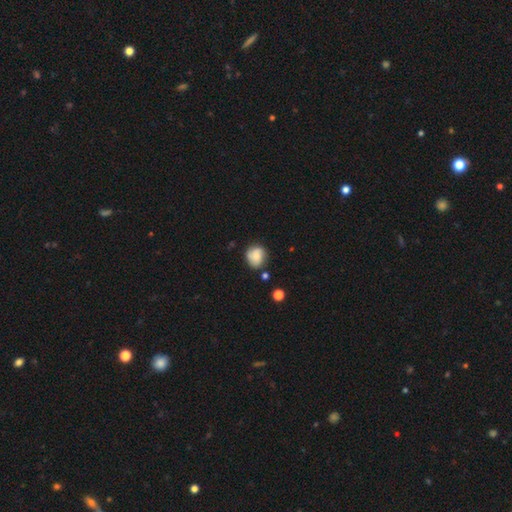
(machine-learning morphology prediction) Smooth or featured?
  - smooth: 71% *
  - featured or disk: 21%
  - star or artifact: 9%
How rounded?
  - round: 74% *
  - in between: 25%
  - cigar-shaped: 1%
Merging?
  - none: 67% *
  - minor disturbance: 22%
  - merger: 5%
  - major disturbance: 5%